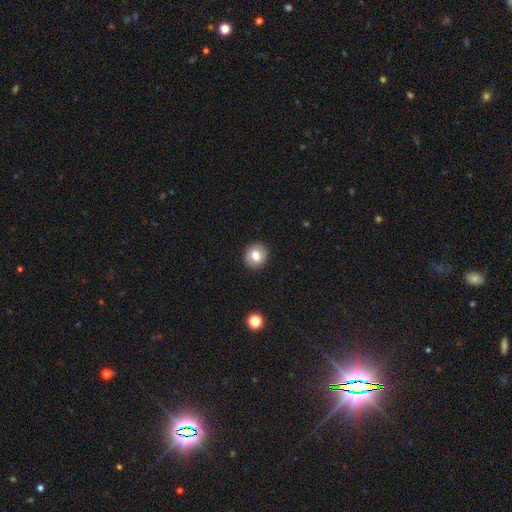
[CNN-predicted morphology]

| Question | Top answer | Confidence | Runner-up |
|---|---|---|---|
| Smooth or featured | smooth | 79% | featured or disk (12%) |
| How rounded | round | 89% | in between (10%) |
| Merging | none | 92% | minor disturbance (6%) |